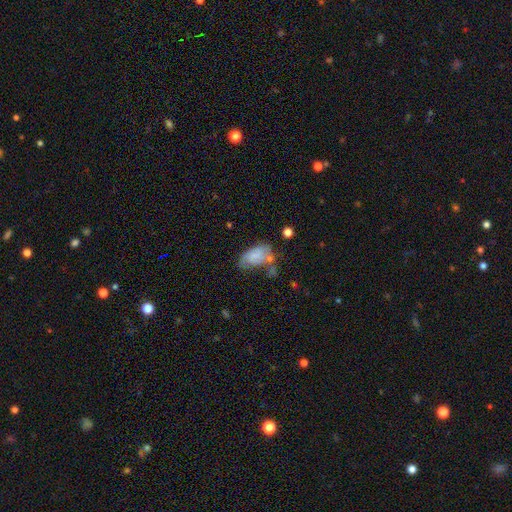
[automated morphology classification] smooth_or_featured: smooth (p=0.63) [alt: featured or disk p=0.28]
how_rounded: in between (p=0.92) [alt: round p=0.06]
merging: none (p=0.31) [alt: minor disturbance p=0.28]